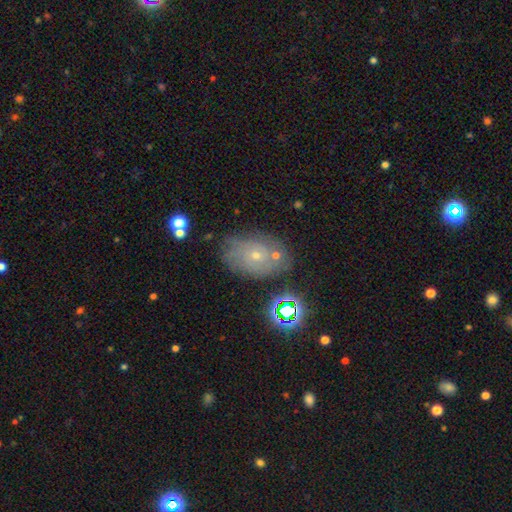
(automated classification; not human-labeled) Smooth or featured: featured or disk — 48% (smooth — 35%)
Merging: none — 65% (minor disturbance — 19%)